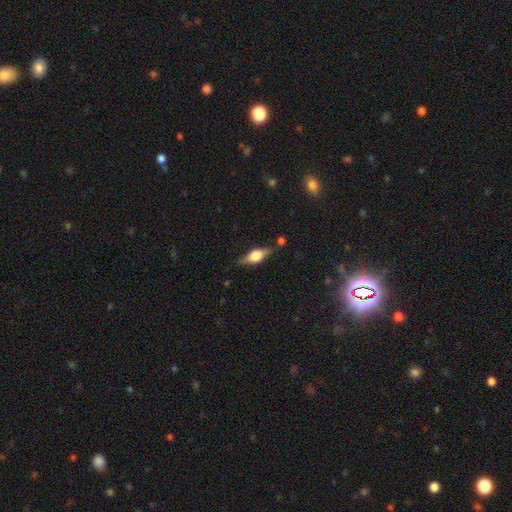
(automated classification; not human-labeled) A featured or disk galaxy (50%) viewed edge-on (91%).

Vote fractions:
- Smooth or featured? featured or disk: 50% / smooth: 43% / star or artifact: 7%
- Edge-on disk? yes: 91% / no: 9%
- Merging? none: 76% / minor disturbance: 16% / major disturbance: 4% / merger: 4%